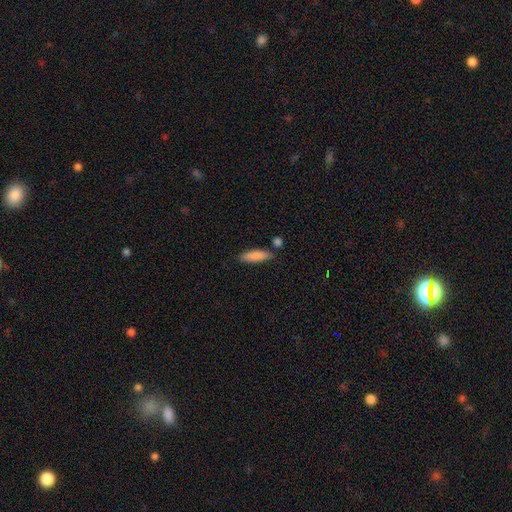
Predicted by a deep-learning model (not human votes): smooth_or_featured: smooth (p=0.86) [alt: featured or disk p=0.08]
how_rounded: cigar-shaped (p=0.59) [alt: in between p=0.39]
merging: none (p=0.78) [alt: minor disturbance p=0.13]